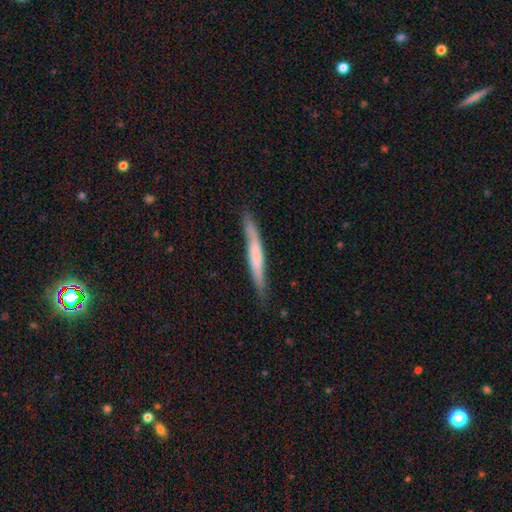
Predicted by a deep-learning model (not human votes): Morphology: type=smooth (52%); roundness=cigar-shaped (95%); merging=none (78%).